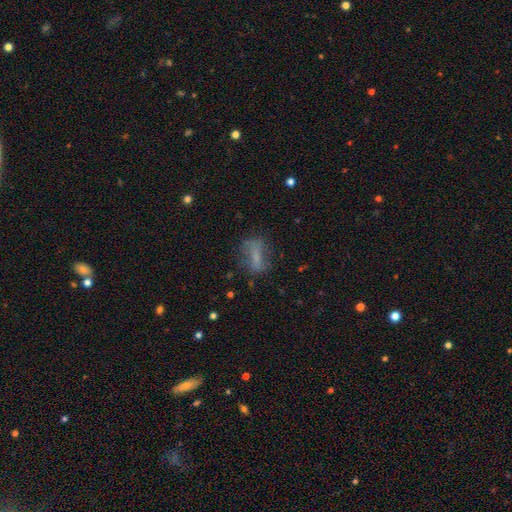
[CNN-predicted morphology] Overall: smooth (54%; featured or disk 32%). How rounded: in between (63%; cigar-shaped 26%). Merging: none (56%; minor disturbance 22%).